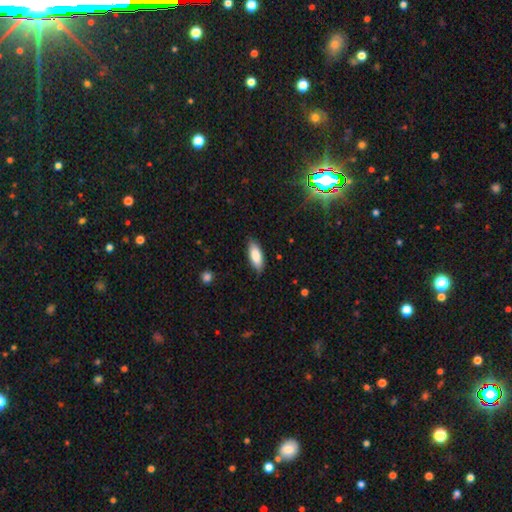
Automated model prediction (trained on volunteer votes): This is clearly a smooth galaxy (83%). How rounded: likely in between (77%). Merging: clearly none (84%).